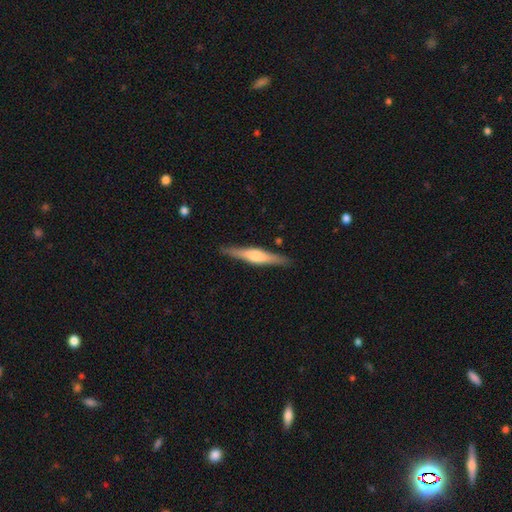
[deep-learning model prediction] Q: Smooth or featured?
A: featured or disk (64%); runner-up: smooth (30%)
Q: Edge-on disk?
A: yes (97%); runner-up: no (3%)
Q: Edge-on bulge?
A: rounded (81%); runner-up: boxy (13%)
Q: Merging?
A: none (89%); runner-up: minor disturbance (8%)